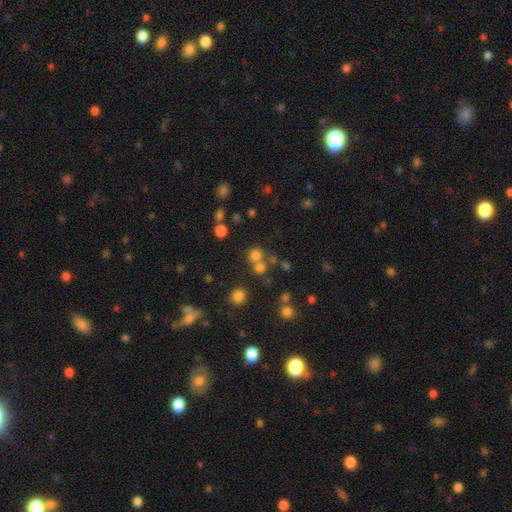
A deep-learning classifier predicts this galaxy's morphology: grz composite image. It shows a smooth galaxy with no disk features (71%) that is round (90%). Merging: none (58%).